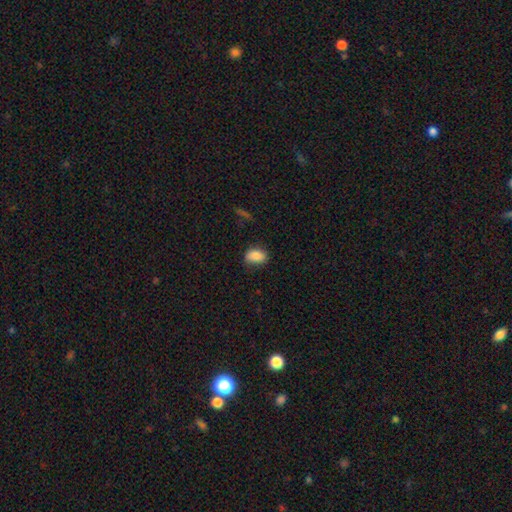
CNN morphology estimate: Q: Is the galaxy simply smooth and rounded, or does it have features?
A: smooth — 85%.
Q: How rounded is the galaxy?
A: in between — 85%.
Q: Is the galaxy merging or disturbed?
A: none — 76%.